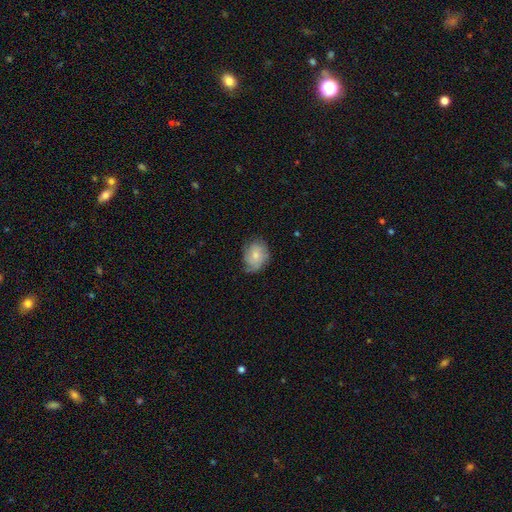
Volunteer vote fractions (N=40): A smooth galaxy with no disk features (60%) that is in between round and cigar-shaped (54%). Merging: none (66%).